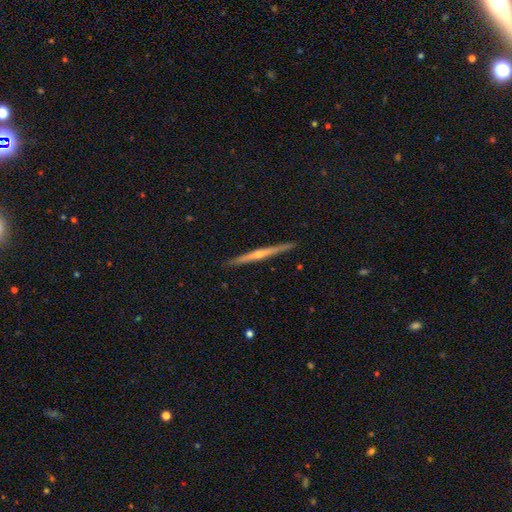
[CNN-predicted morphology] type=featured or disk (75%); edge-on=yes (98%); edge-on bulge=rounded (75%); merging=none (92%).